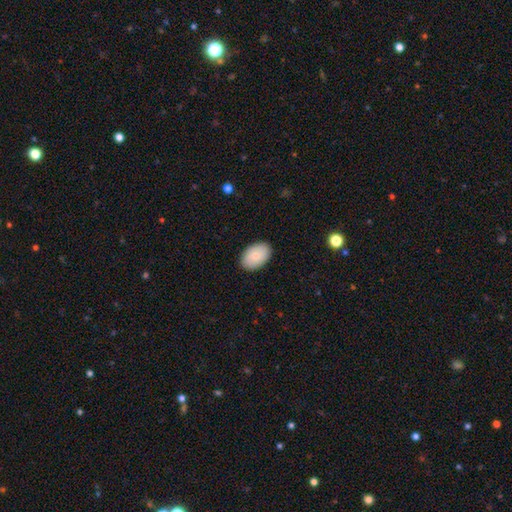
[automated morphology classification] A smooth galaxy with no disk features (84%) that is in between round and cigar-shaped (92%).

Vote fractions:
- Smooth or featured? smooth: 84% / featured or disk: 9% / star or artifact: 6%
- How rounded? in between: 92% / round: 7% / cigar-shaped: 1%
- Merging? none: 89% / minor disturbance: 8% / major disturbance: 2% / merger: 1%